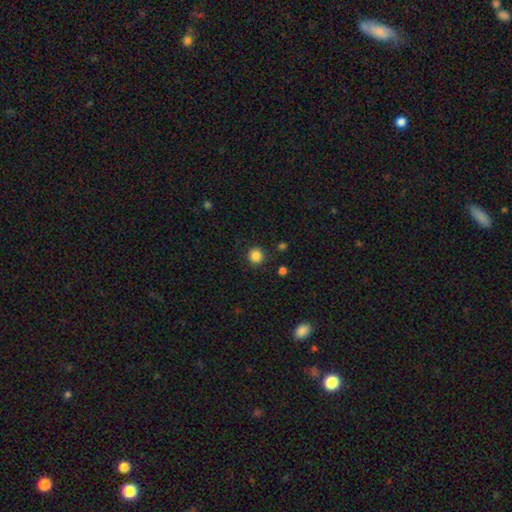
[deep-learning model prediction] smooth 86%, star or artifact 11%, featured or disk 3%. Down the decision tree: how rounded — round (92%); merging — none (90%).